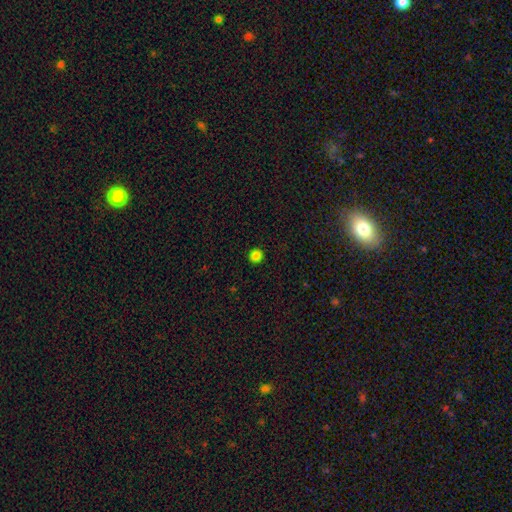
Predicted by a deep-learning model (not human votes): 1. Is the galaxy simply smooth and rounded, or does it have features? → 84% smooth, 13% star or artifact, 3% featured or disk.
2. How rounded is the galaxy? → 93% round, 6% in between, 1% cigar-shaped.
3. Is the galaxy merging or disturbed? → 93% none, 5% minor disturbance, 2% major disturbance, 1% merger.